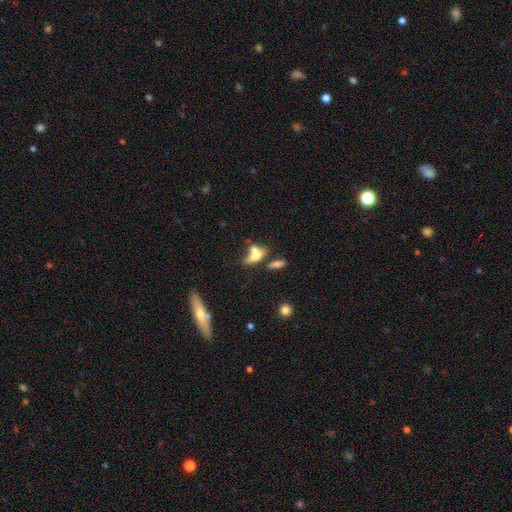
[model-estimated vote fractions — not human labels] Smooth or featured? Predicted: smooth (p=0.54). How rounded? Predicted: in between (p=0.62). Merging? Predicted: merger (p=0.48).